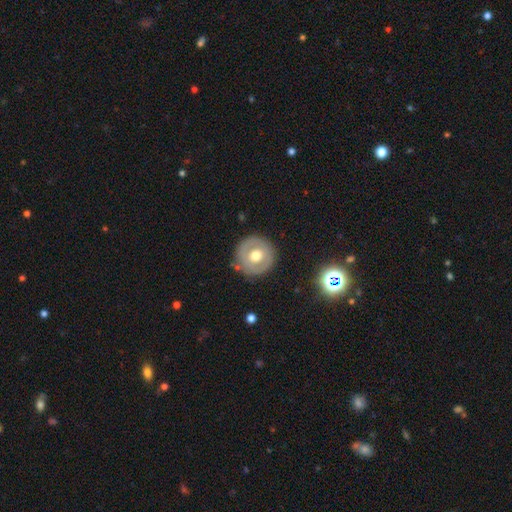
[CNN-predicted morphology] A smooth galaxy with no disk features (51%) that is round (94%). Merging: none (85%).